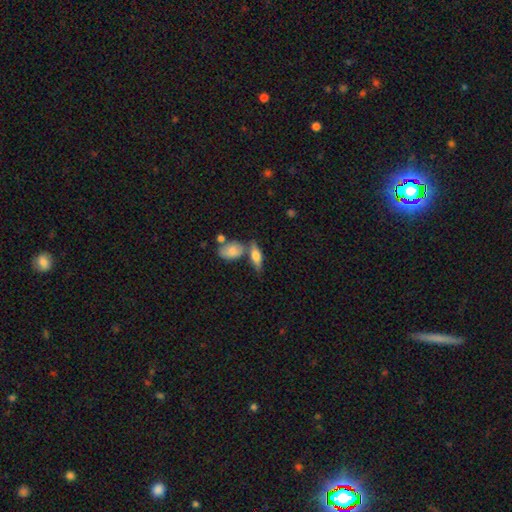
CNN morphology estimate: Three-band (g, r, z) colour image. It shows a smooth galaxy with no disk features (61%) that is in between round and cigar-shaped (65%). Merging: none (58%).